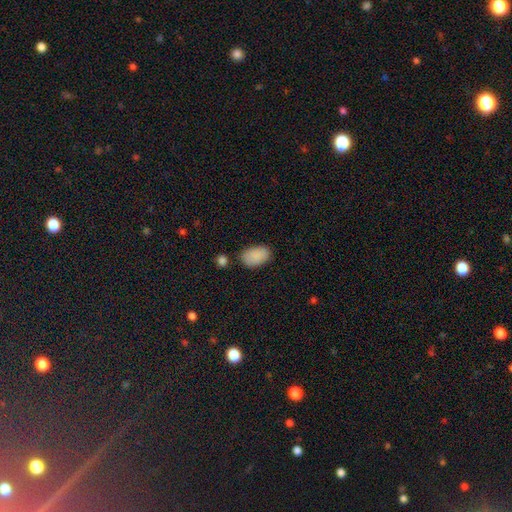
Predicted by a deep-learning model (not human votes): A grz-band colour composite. It shows a smooth galaxy with no disk features (89%) that is in between round and cigar-shaped (92%). Merging: none (75%).